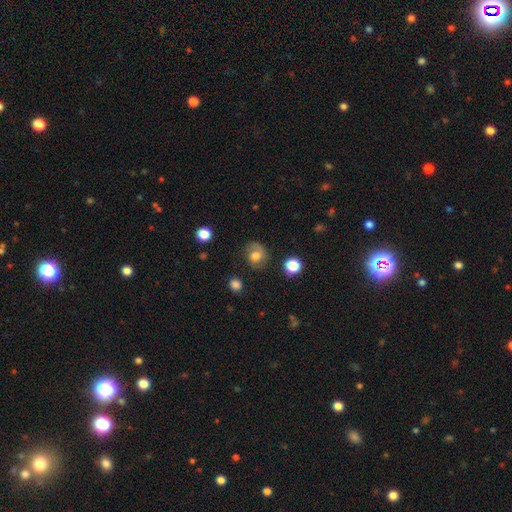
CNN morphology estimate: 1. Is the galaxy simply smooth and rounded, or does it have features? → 62% smooth, 26% featured or disk, 12% star or artifact.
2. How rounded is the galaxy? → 68% round, 31% in between, 1% cigar-shaped.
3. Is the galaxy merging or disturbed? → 66% none, 22% minor disturbance, 10% major disturbance, 2% merger.